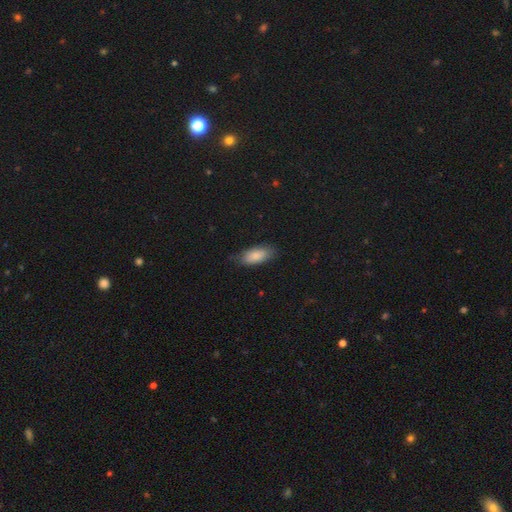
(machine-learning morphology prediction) Overall: smooth (85%). How rounded: in between (87%). Merging: none (75%).